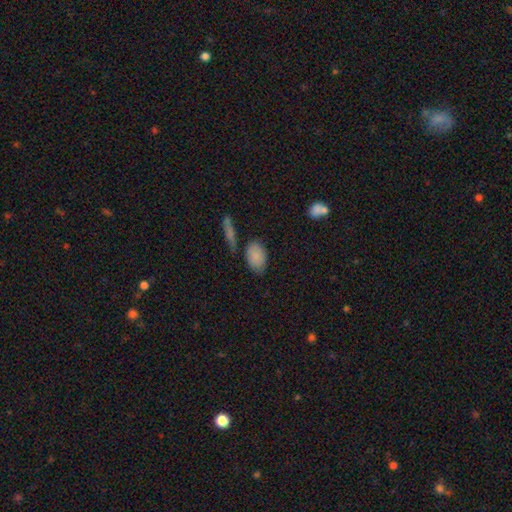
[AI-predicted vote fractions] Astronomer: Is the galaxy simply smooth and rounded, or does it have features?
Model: smooth — 86%.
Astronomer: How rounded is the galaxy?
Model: in between — 89%.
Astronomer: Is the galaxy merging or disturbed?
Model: none — 72%.